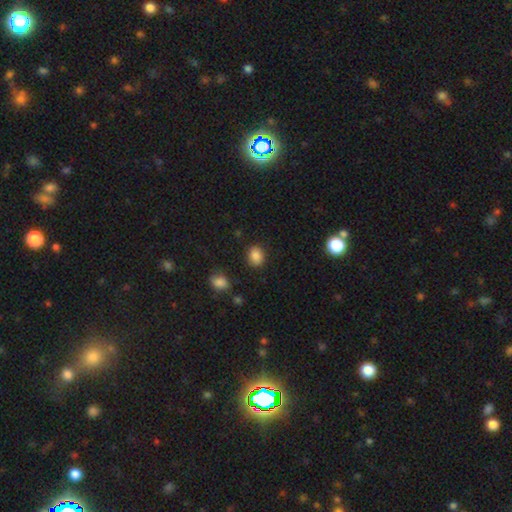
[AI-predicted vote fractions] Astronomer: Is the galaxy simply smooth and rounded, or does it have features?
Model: smooth — 85%.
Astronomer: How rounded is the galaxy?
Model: round — 58% (runner-up: in between, 41%).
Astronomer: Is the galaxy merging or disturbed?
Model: none — 86%.